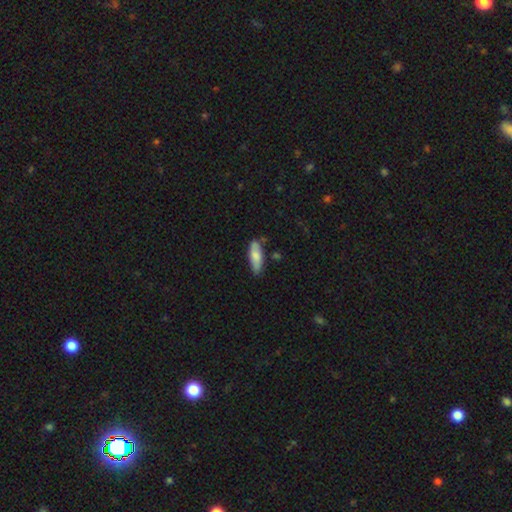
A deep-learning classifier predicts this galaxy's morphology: Overall: smooth (75%). How rounded: in between (62%; cigar-shaped 36%). Merging: none (73%).